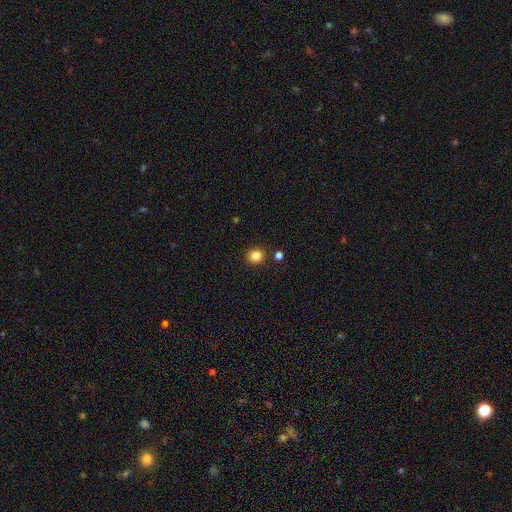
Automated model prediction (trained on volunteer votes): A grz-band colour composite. It shows a smooth galaxy with no disk features (83%) that is round (87%). Merging: none (87%).